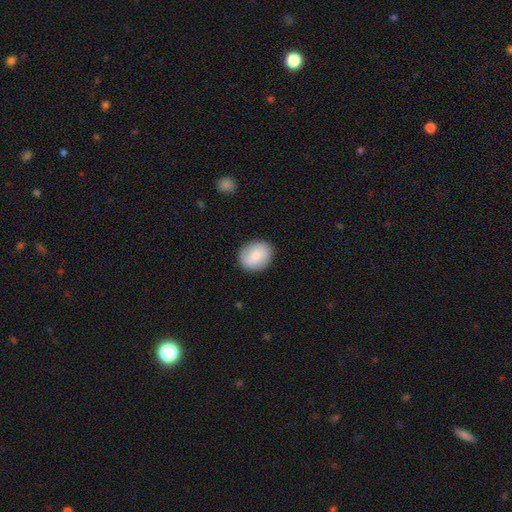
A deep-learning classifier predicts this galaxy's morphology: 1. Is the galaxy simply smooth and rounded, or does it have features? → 75% smooth, 18% featured or disk, 7% star or artifact.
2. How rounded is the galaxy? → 58% round, 41% in between, 1% cigar-shaped.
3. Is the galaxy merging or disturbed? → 86% none, 10% minor disturbance, 3% major disturbance, 1% merger.